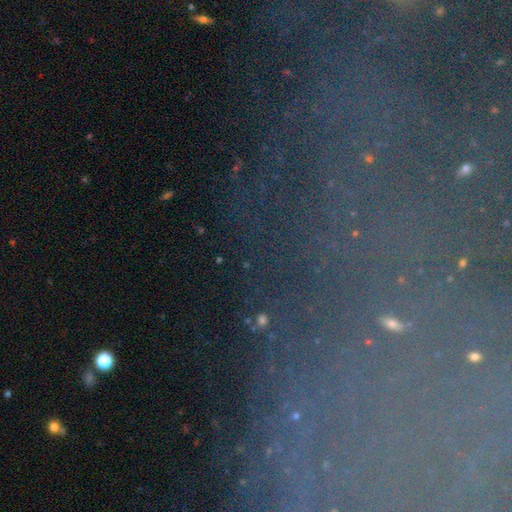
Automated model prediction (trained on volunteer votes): Smooth or featured? star or artifact (69%)